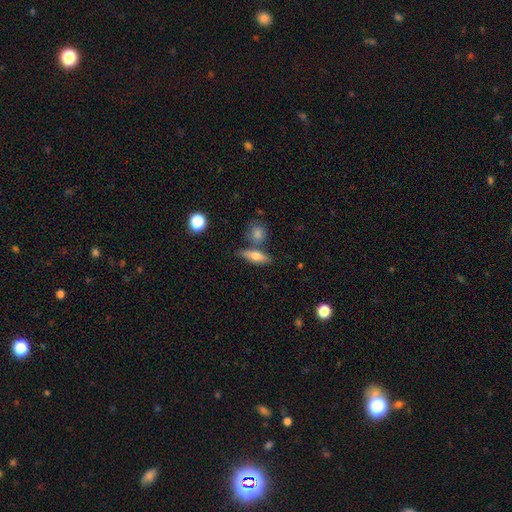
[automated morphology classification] smooth-or-featured: smooth: 64% | featured or disk: 29% | star or artifact: 7%
  how-rounded: in between: 48% | cigar-shaped: 46% | round: 6%
  merging: none: 66% | merger: 17% | minor disturbance: 14% | major disturbance: 4%